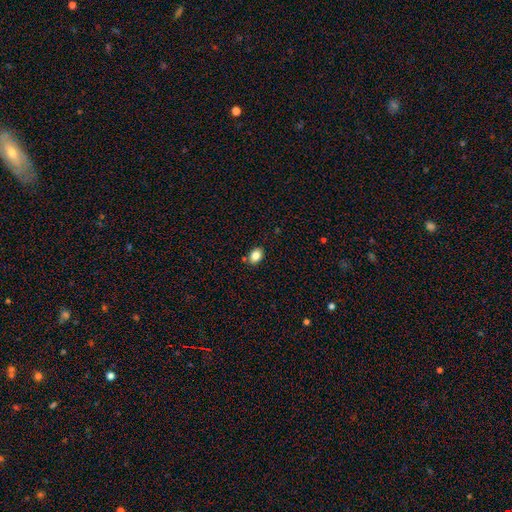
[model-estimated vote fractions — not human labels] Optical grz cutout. It shows a smooth galaxy with no disk features (85%) that is in between round and cigar-shaped (75%). Merging: none (84%).